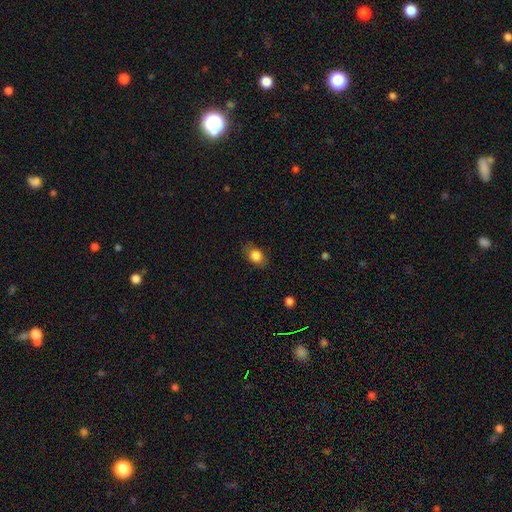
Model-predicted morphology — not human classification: This is clearly a smooth galaxy (82%). How rounded: likely in between (74%). Merging: likely none (78%).